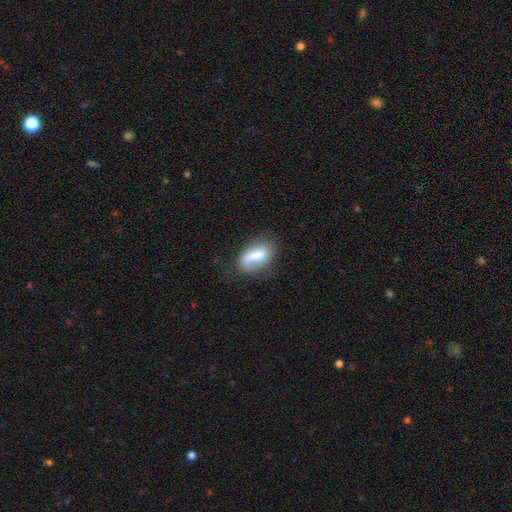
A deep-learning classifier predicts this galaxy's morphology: A smooth galaxy with no disk features (72%) that is in between round and cigar-shaped (87%).

Vote fractions:
- Smooth or featured? smooth: 72% / featured or disk: 20% / star or artifact: 8%
- How rounded? in between: 87% / cigar-shaped: 8% / round: 5%
- Merging? none: 55% / minor disturbance: 27% / major disturbance: 14% / merger: 4%